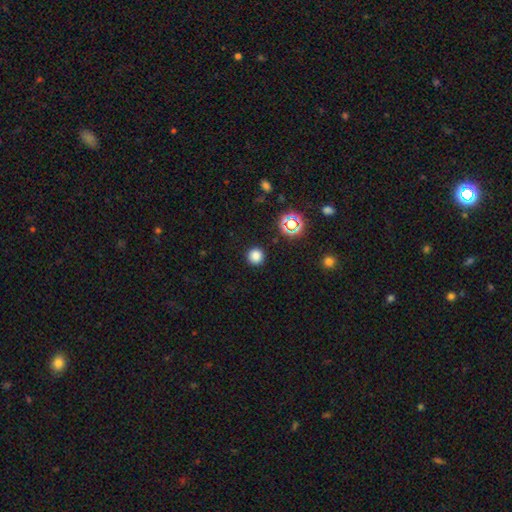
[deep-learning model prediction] Q: Smooth or featured?
A: smooth (80%); runner-up: star or artifact (16%)
Q: How rounded?
A: round (95%); runner-up: in between (4%)
Q: Merging?
A: none (91%); runner-up: minor disturbance (5%)